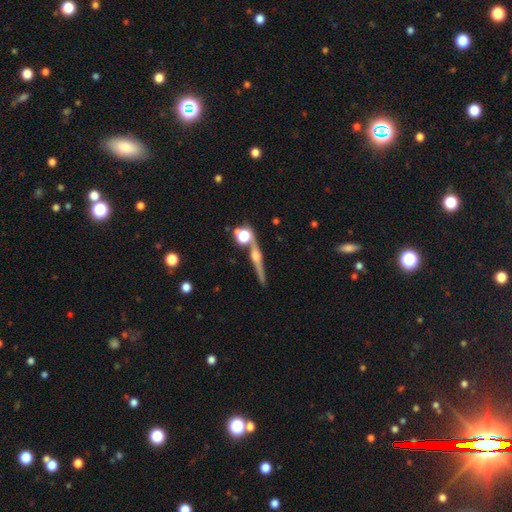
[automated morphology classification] Smooth or featured: featured or disk — 70% (smooth — 18%)
Edge-on disk: yes — 95% (no — 5%)
Edge-on bulge: rounded — 83% (none — 9%)
Merging: none — 75% (minor disturbance — 10%)